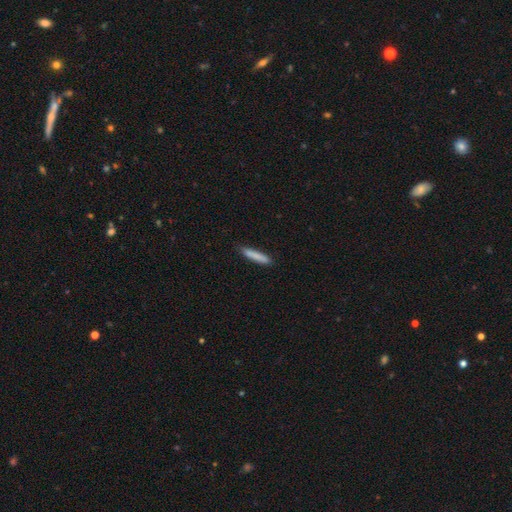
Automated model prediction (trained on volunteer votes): Smooth or featured? Predicted: smooth (p=0.84). How rounded? Predicted: cigar-shaped (p=0.90). Merging? Predicted: none (p=0.86).